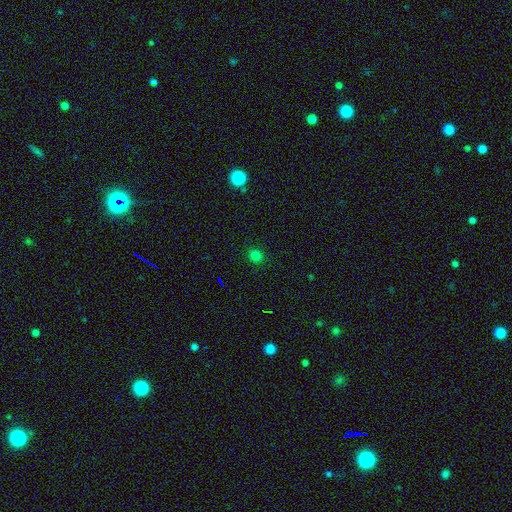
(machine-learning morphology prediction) A smooth galaxy with no disk features (78%) that is round (79%). Merging: none (90%).